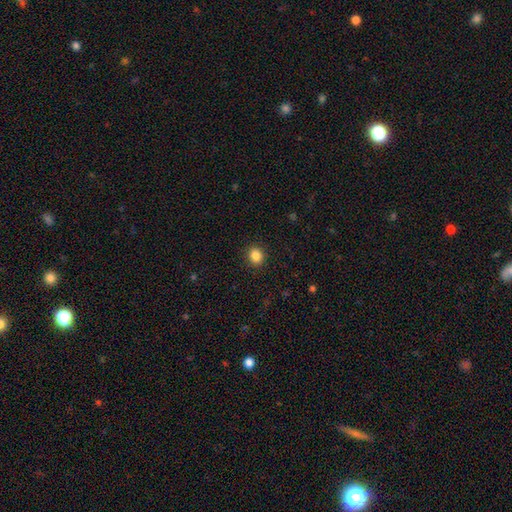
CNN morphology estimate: This appears to be a smooth galaxy with no disk features (86%) that is round (68%). Merging: none (91%).